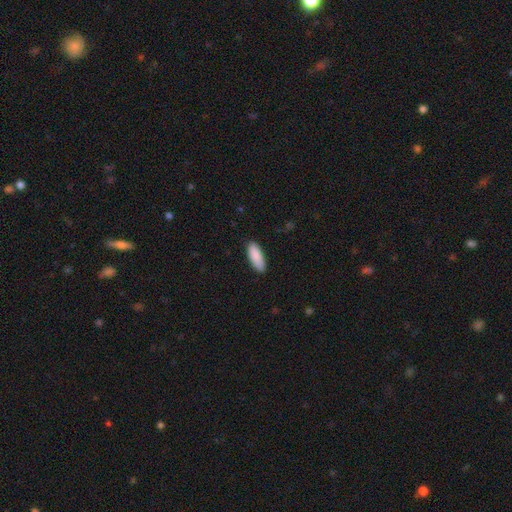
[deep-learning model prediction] smooth_or_featured: smooth (p=0.90) [alt: star or artifact p=0.05]
how_rounded: in between (p=0.70) [alt: cigar-shaped p=0.28]
merging: none (p=0.87) [alt: minor disturbance p=0.10]